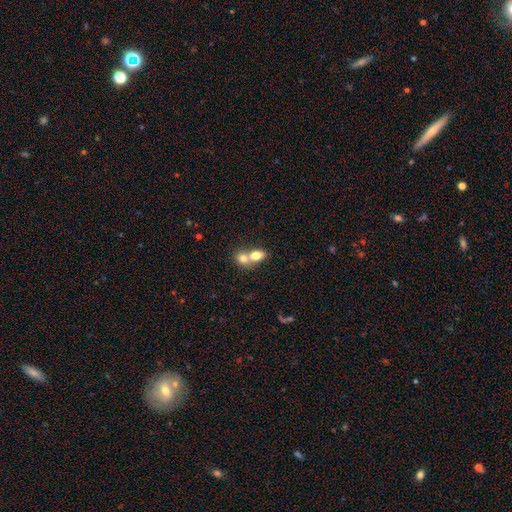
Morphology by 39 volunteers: Smooth or featured? smooth (82%)
How rounded? in between (72%)
Merging? merger (79%)